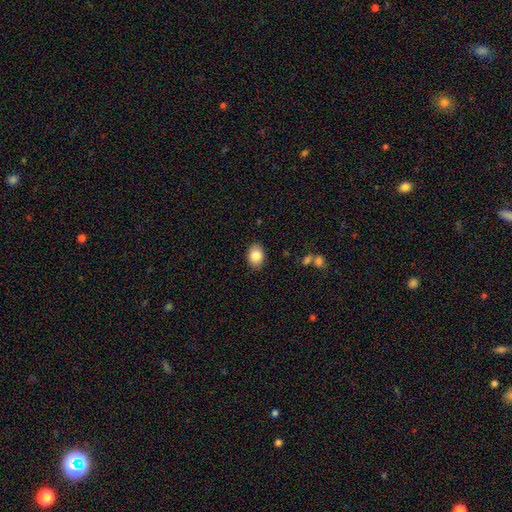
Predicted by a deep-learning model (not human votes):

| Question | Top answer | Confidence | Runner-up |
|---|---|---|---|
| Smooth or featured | smooth | 85% | star or artifact (8%) |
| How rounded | in between | 72% | round (27%) |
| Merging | none | 88% | minor disturbance (9%) |